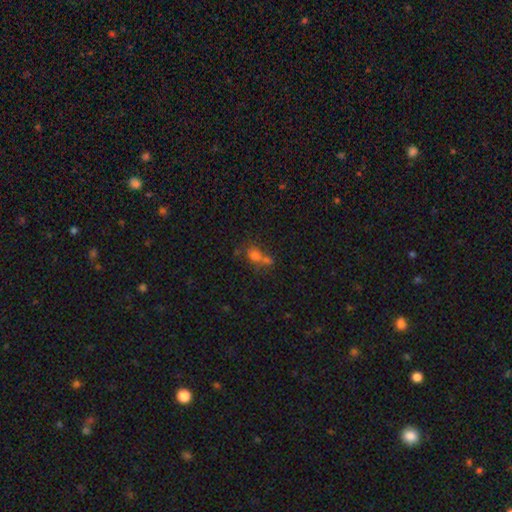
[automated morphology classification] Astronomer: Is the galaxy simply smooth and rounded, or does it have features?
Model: smooth — 62%.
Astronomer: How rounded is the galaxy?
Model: round — 64%.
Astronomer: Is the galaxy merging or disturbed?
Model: merger — 48% (runner-up: none, 38%).